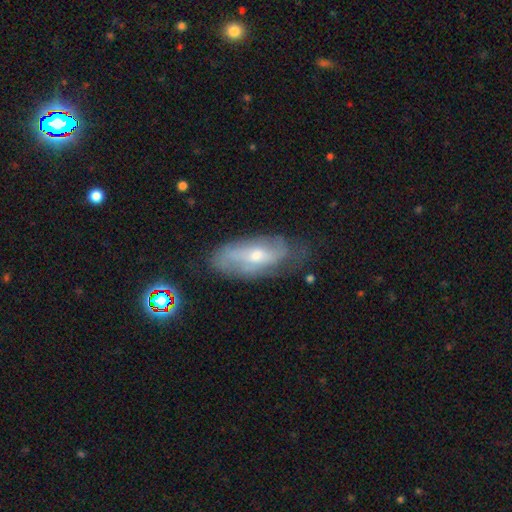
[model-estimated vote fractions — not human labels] featured or disk 63%, smooth 27%, star or artifact 9%. Down the decision tree: edge-on disk — no (84%); bar — no (52%); spiral arms — yes (77%); bulge size — moderate (51%); merging — none (62%).